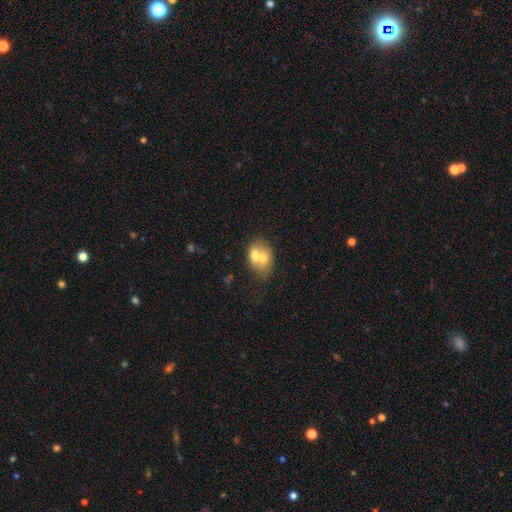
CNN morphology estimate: smooth_or_featured: smooth (p=0.61) [alt: featured or disk p=0.32]
how_rounded: in between (p=0.69) [alt: round p=0.29]
merging: merger (p=0.63) [alt: none p=0.23]